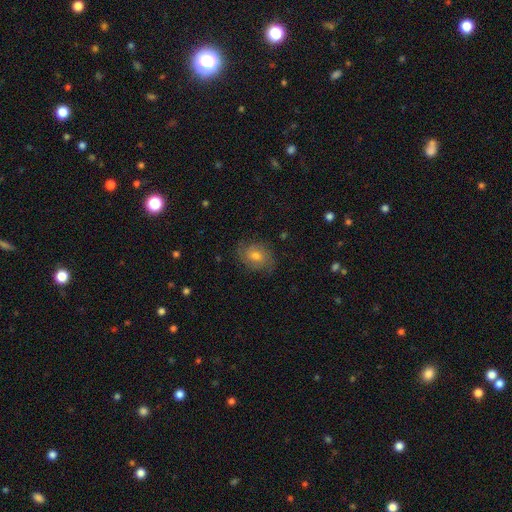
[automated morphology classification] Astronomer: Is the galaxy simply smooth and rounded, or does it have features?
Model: featured or disk — 51% (runner-up: smooth, 38%).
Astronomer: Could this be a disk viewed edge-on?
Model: no — 96%.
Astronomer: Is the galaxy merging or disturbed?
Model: none — 77%.